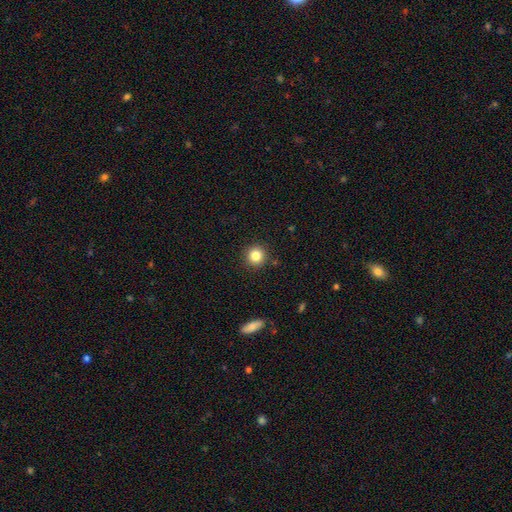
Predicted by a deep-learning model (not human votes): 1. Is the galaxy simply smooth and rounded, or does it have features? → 83% smooth, 11% star or artifact, 6% featured or disk.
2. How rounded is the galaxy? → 93% round, 6% in between, 1% cigar-shaped.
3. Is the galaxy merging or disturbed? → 90% none, 6% minor disturbance, 2% major disturbance, 2% merger.